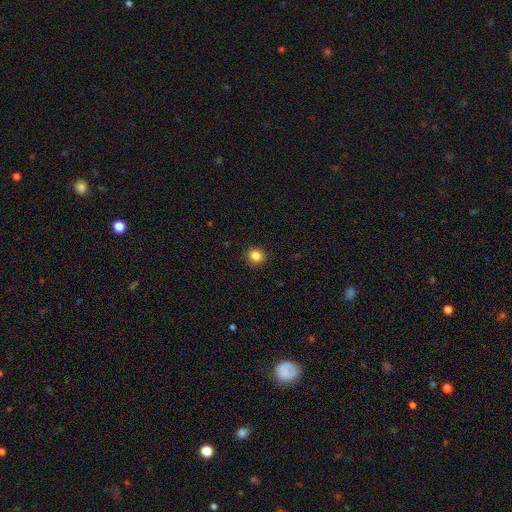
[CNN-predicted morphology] Smooth or featured?
  - smooth: 84% *
  - star or artifact: 11%
  - featured or disk: 4%
How rounded?
  - round: 91% *
  - in between: 8%
  - cigar-shaped: 1%
Merging?
  - none: 91% *
  - minor disturbance: 6%
  - major disturbance: 2%
  - merger: 1%